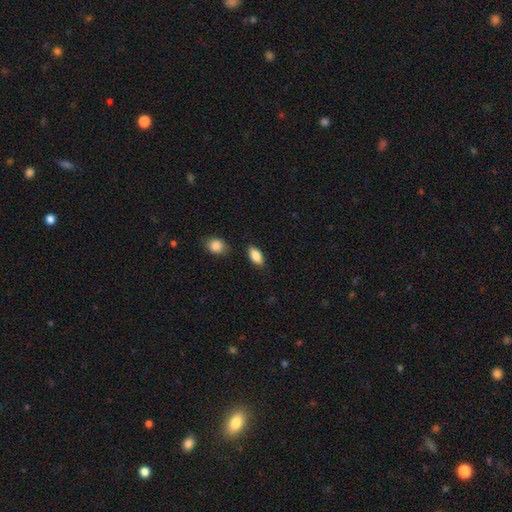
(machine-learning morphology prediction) Smooth or featured?
  - smooth: 86% *
  - featured or disk: 7%
  - star or artifact: 7%
How rounded?
  - in between: 90% *
  - cigar-shaped: 6%
  - round: 4%
Merging?
  - none: 82% *
  - minor disturbance: 12%
  - merger: 3%
  - major disturbance: 3%